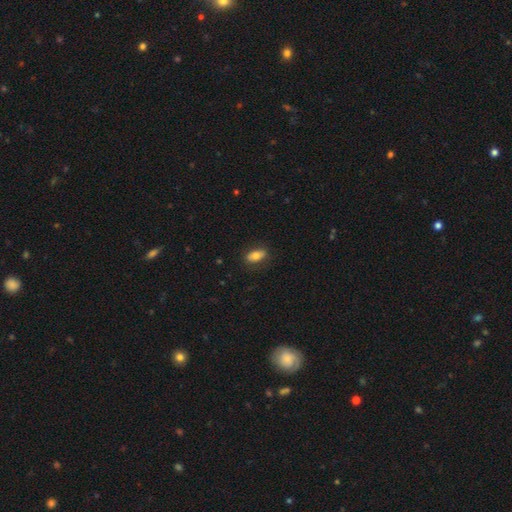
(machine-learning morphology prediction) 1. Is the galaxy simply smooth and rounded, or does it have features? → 74% smooth, 18% featured or disk, 7% star or artifact.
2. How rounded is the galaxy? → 86% in between, 9% cigar-shaped, 5% round.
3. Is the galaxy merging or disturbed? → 81% none, 14% minor disturbance, 4% major disturbance, 1% merger.